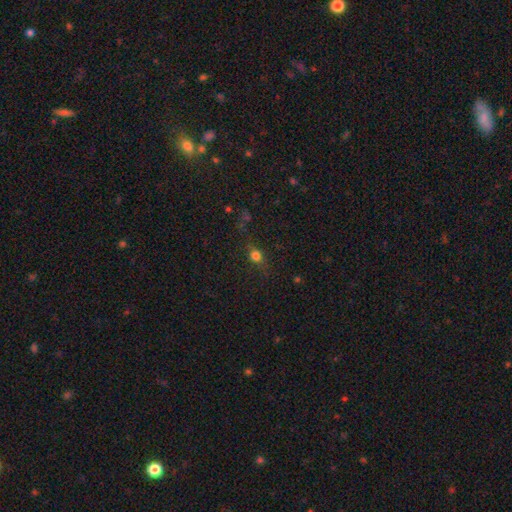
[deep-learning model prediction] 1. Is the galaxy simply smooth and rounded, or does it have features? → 69% smooth, 20% star or artifact, 12% featured or disk.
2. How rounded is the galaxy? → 63% round, 31% in between, 6% cigar-shaped.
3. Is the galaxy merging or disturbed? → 76% none, 15% minor disturbance, 7% major disturbance, 2% merger.